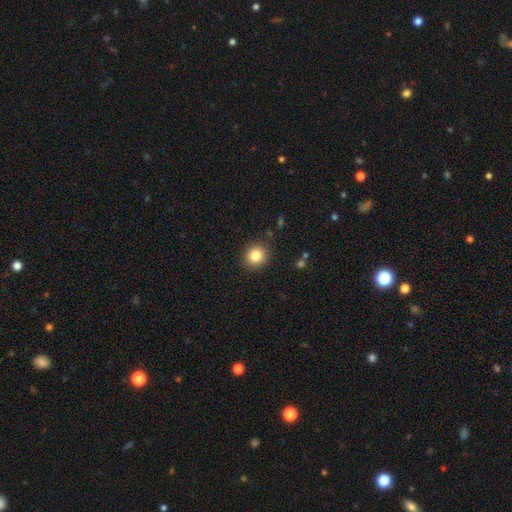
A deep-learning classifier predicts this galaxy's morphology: This is clearly a smooth galaxy (84%). How rounded: clearly round (84%). Merging: clearly none (89%).